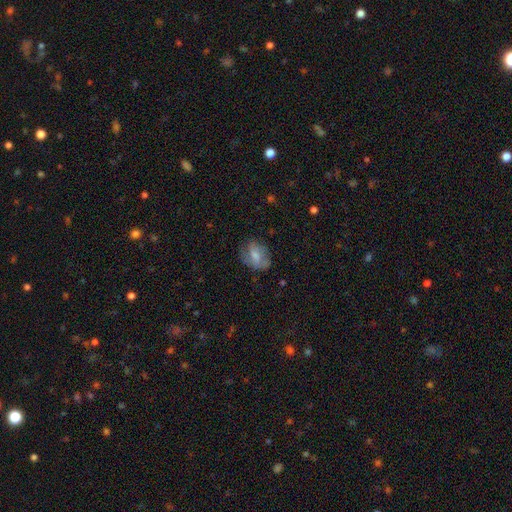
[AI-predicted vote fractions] smooth-or-featured: smooth: 57% | featured or disk: 35% | star or artifact: 8%
  how-rounded: in between: 71% | round: 27% | cigar-shaped: 2%
  merging: none: 61% | minor disturbance: 25% | major disturbance: 12% | merger: 2%